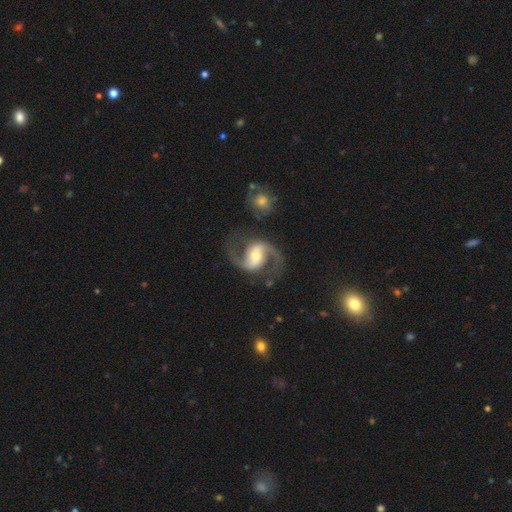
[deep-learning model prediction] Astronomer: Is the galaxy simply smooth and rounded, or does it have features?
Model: featured or disk — 92%.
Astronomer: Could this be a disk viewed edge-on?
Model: no — 98%.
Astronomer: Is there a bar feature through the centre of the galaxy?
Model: weak — 40% (runner-up: strong, 32%).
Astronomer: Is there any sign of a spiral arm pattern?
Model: yes — 98%.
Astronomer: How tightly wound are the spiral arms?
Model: medium — 50% (runner-up: loose, 42%).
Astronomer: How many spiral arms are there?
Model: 2 — 94%.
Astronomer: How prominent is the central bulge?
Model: moderate — 71%.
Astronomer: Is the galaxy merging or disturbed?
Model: none — 78%.